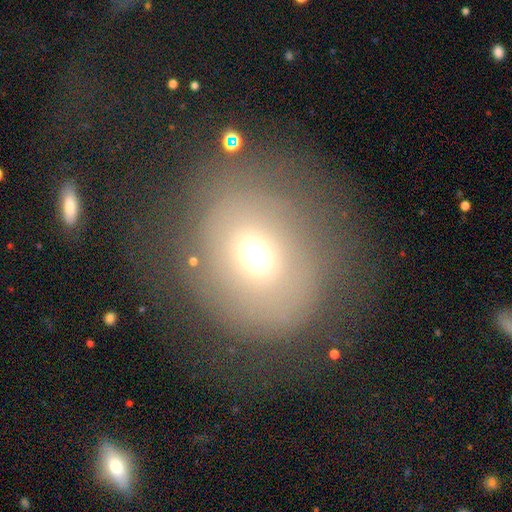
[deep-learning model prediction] smooth-or-featured: smooth: 58% | featured or disk: 26% | star or artifact: 16%
  how-rounded: round: 78% | in between: 21% | cigar-shaped: 1%
  merging: none: 61% | major disturbance: 18% | minor disturbance: 18% | merger: 3%